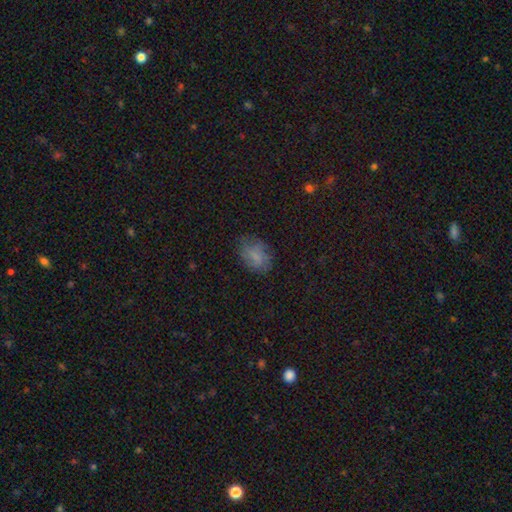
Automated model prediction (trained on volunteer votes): smooth-or-featured: smooth: 63% | featured or disk: 24% | star or artifact: 13%
  how-rounded: in between: 72% | round: 26% | cigar-shaped: 1%
  merging: none: 69% | minor disturbance: 21% | major disturbance: 9% | merger: 1%